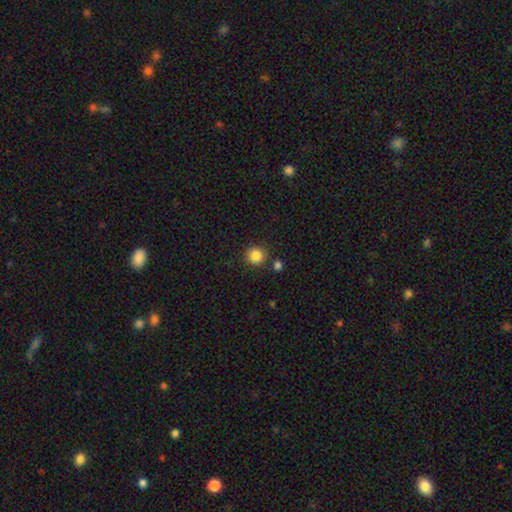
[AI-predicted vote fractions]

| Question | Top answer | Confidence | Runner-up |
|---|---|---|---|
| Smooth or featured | smooth | 85% | star or artifact (11%) |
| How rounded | round | 92% | in between (7%) |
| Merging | none | 85% | minor disturbance (7%) |